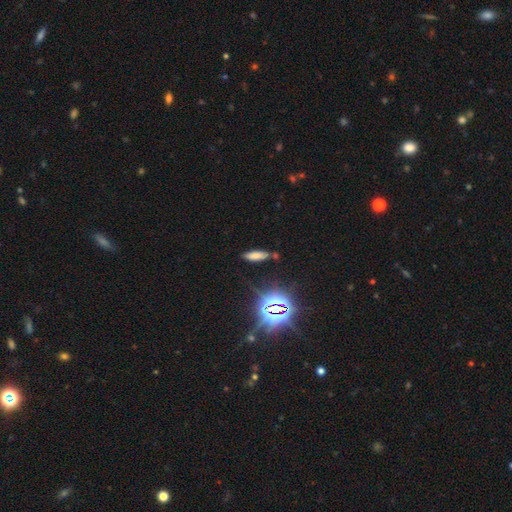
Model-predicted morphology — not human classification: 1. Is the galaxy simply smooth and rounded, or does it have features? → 64% smooth, 26% star or artifact, 10% featured or disk.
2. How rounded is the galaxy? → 53% in between, 44% cigar-shaped, 3% round.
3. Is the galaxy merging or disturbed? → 78% none, 14% minor disturbance, 4% merger, 4% major disturbance.